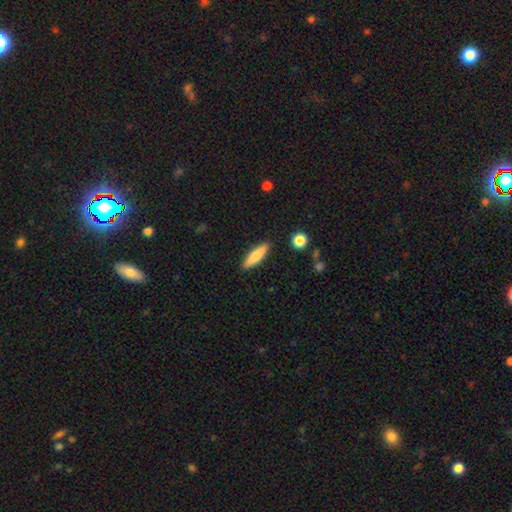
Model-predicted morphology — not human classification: Smooth or featured? smooth (68%)
How rounded? cigar-shaped (75%)
Merging? none (89%)